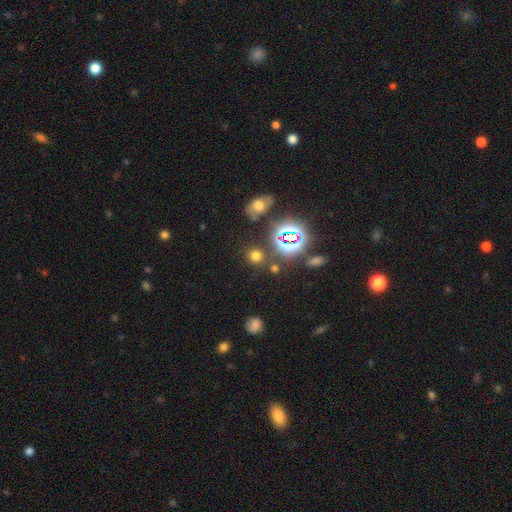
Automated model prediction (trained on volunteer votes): Smooth or featured? Predicted: smooth (p=0.63). How rounded? Predicted: round (p=0.83). Merging? Predicted: none (p=0.79).